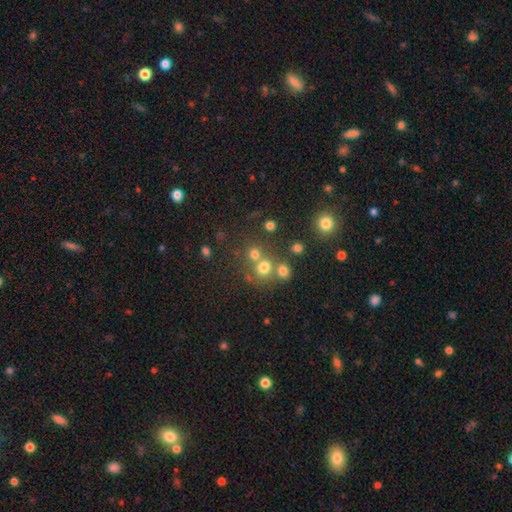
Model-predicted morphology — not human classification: Smooth or featured: smooth — 57% (star or artifact — 29%)
How rounded: round — 85% (in between — 14%)
Merging: none — 54% (merger — 34%)